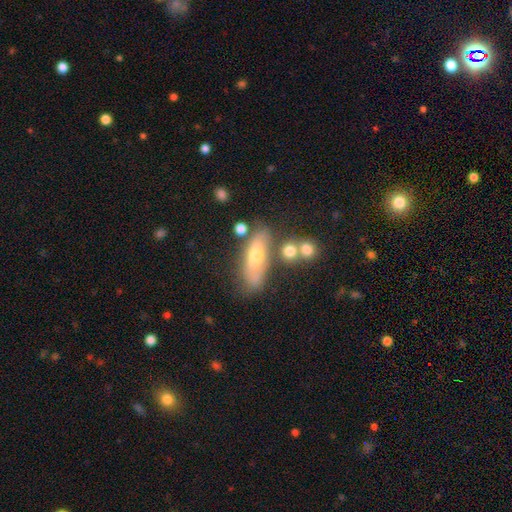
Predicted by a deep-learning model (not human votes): Smooth or featured? Predicted: smooth (p=0.51). How rounded? Predicted: in between (p=0.54). Merging? Predicted: none (p=0.52).